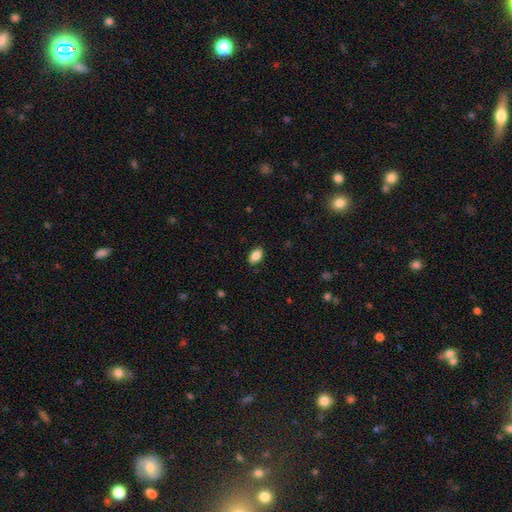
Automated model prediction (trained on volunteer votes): smooth-or-featured: smooth: 87% | star or artifact: 8% | featured or disk: 6%
  how-rounded: in between: 92% | round: 6% | cigar-shaped: 2%
  merging: none: 87% | minor disturbance: 10% | major disturbance: 2% | merger: 1%